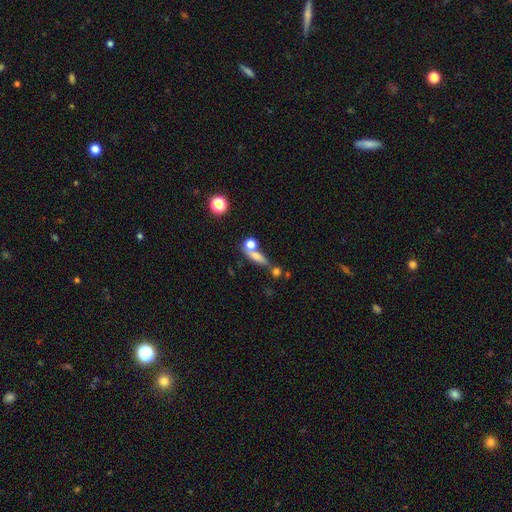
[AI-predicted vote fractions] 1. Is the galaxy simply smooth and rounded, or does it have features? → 64% smooth, 22% featured or disk, 14% star or artifact.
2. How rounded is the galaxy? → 44% cigar-shaped, 34% in between, 22% round.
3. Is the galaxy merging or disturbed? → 48% none, 30% merger, 13% minor disturbance, 9% major disturbance.